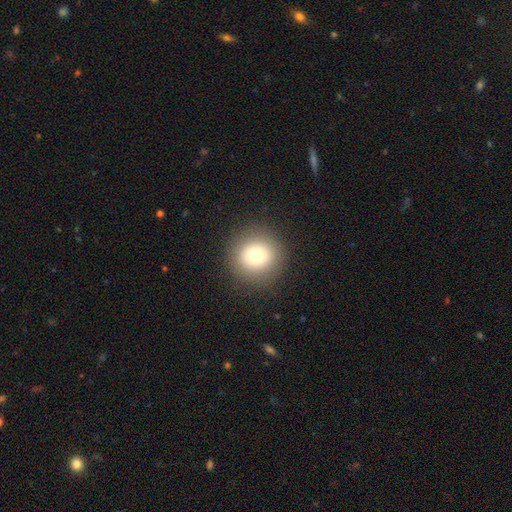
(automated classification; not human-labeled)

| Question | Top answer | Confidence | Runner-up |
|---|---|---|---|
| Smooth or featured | smooth | 77% | featured or disk (12%) |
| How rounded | round | 93% | in between (6%) |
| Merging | none | 90% | minor disturbance (6%) |